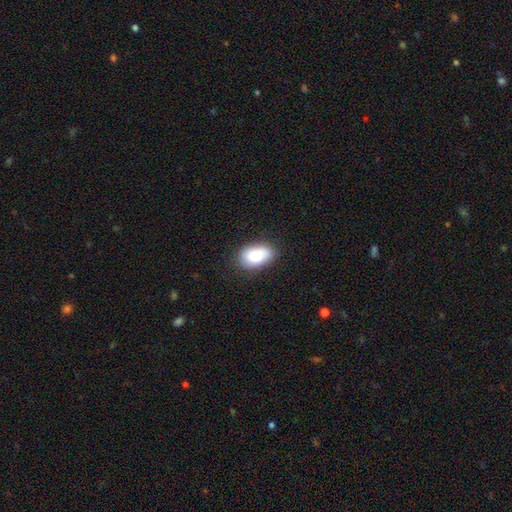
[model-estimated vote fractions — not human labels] This is likely a smooth galaxy (79%). How rounded: clearly in between (89%). Merging: clearly none (81%).